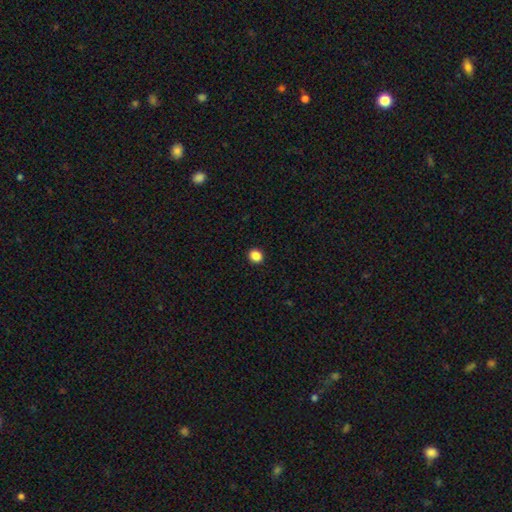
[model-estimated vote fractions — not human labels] Morphology: type=smooth (87%); roundness=round (75%); merging=none (92%).